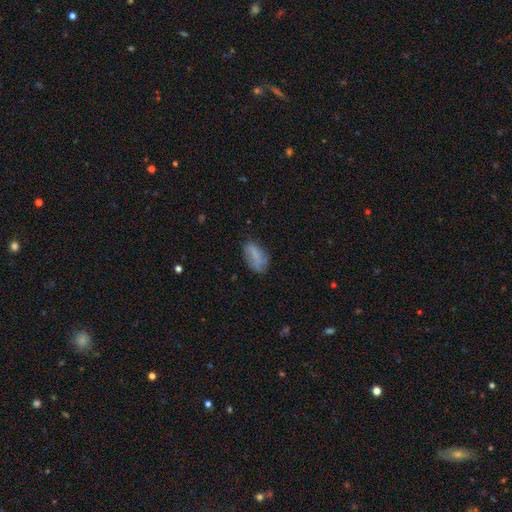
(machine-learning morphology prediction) Q: Smooth or featured?
A: smooth (74%); runner-up: featured or disk (17%)
Q: How rounded?
A: in between (89%); runner-up: cigar-shaped (7%)
Q: Merging?
A: none (65%); runner-up: minor disturbance (25%)